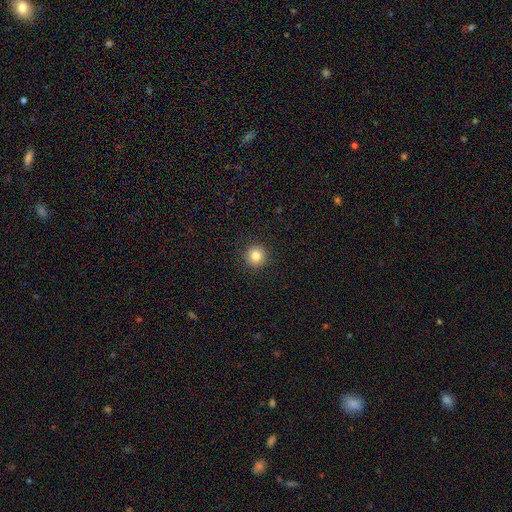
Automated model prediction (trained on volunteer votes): A smooth galaxy with no disk features (84%) that is round (95%). Merging: none (92%).